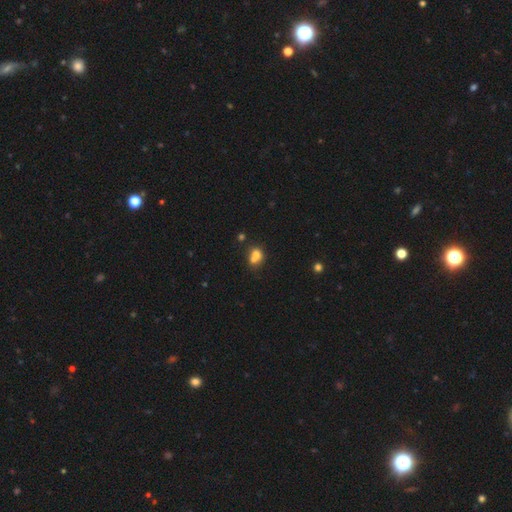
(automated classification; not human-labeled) Overall: smooth (73%). How rounded: round (50%; in between 49%). Merging: merger (48%; none 33%).